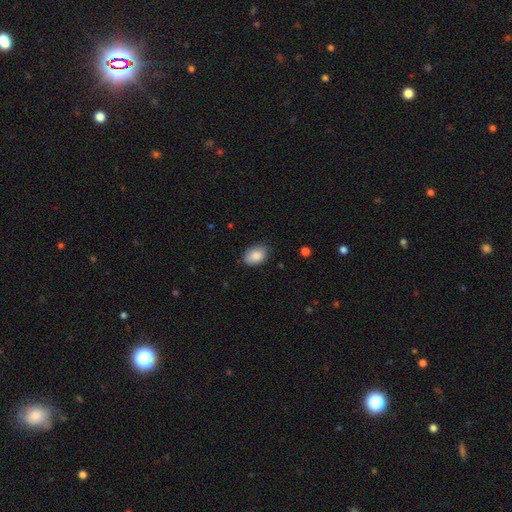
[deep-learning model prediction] smooth-or-featured: smooth: 87% | star or artifact: 7% | featured or disk: 6%
  how-rounded: in between: 81% | round: 18% | cigar-shaped: 1%
  merging: none: 78% | minor disturbance: 18% | major disturbance: 3% | merger: 1%